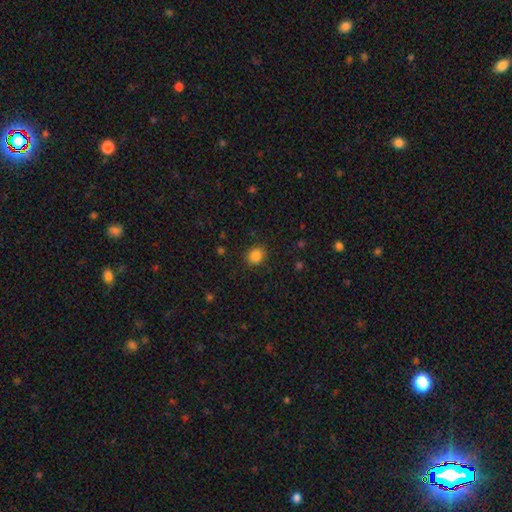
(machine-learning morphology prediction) smooth 85%, star or artifact 11%, featured or disk 4%. Down the decision tree: how rounded — round (76%); merging — none (89%).